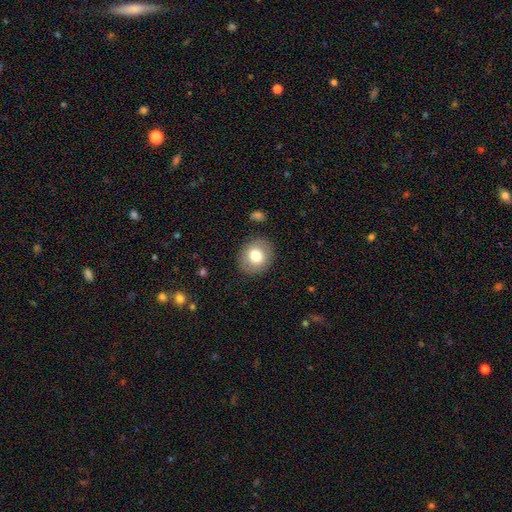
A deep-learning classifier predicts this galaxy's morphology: A smooth galaxy with no disk features (76%) that is round (71%).

Vote fractions:
- Smooth or featured? smooth: 76% / featured or disk: 15% / star or artifact: 9%
- How rounded? round: 71% / in between: 28% / cigar-shaped: 1%
- Merging? none: 87% / minor disturbance: 9% / major disturbance: 3% / merger: 1%